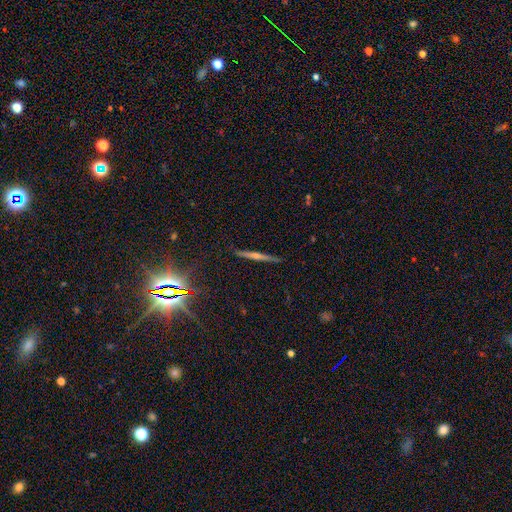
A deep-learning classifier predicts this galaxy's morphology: A featured or disk galaxy (58%) viewed edge-on (97%) with a rounded central bulge (64%).

Vote fractions:
- Smooth or featured? featured or disk: 58% / smooth: 26% / star or artifact: 15%
- Edge-on disk? yes: 97% / no: 3%
- Edge-on bulge? rounded: 64% / none: 27% / boxy: 9%
- Merging? none: 89% / minor disturbance: 8% / major disturbance: 2% / merger: 1%